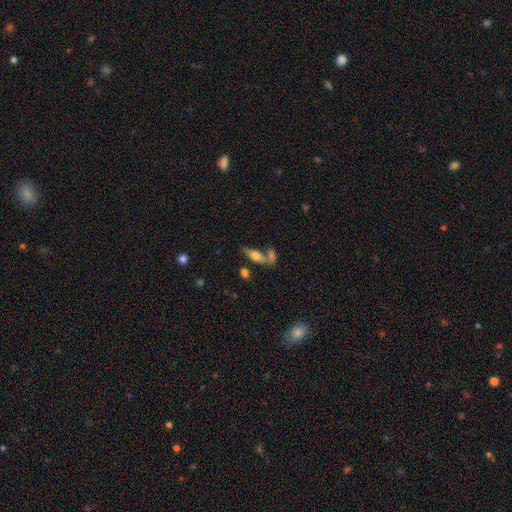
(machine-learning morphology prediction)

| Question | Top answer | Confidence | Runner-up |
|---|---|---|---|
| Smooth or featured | smooth | 63% | featured or disk (28%) |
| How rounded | in between | 66% | cigar-shaped (30%) |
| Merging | none | 46% | merger (34%) |